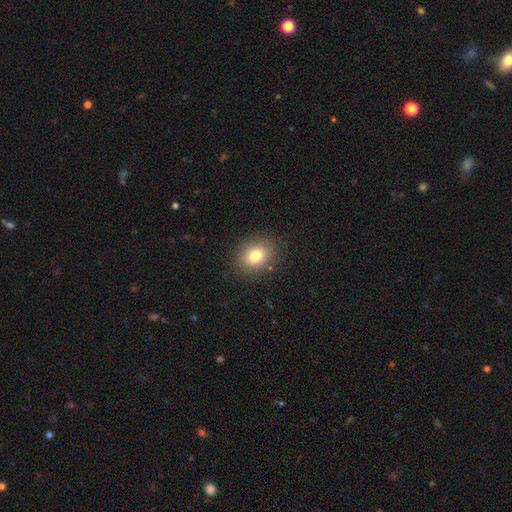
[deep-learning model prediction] Morphology: type=smooth (80%); roundness=round (56%); merging=none (88%).